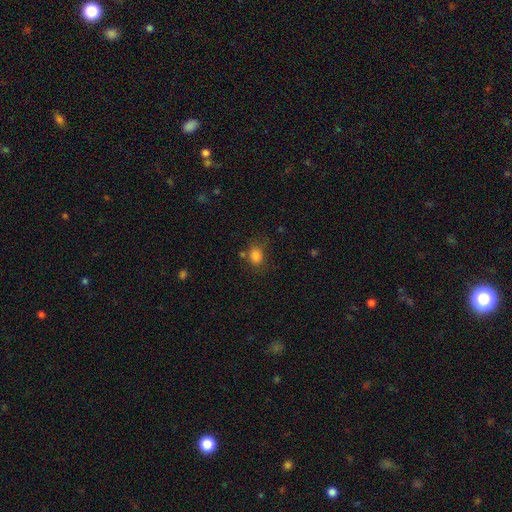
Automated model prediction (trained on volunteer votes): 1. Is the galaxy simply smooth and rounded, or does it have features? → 83% smooth, 12% star or artifact, 5% featured or disk.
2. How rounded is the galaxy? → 55% in between, 44% round, 1% cigar-shaped.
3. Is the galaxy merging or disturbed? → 69% none, 17% minor disturbance, 7% merger, 6% major disturbance.